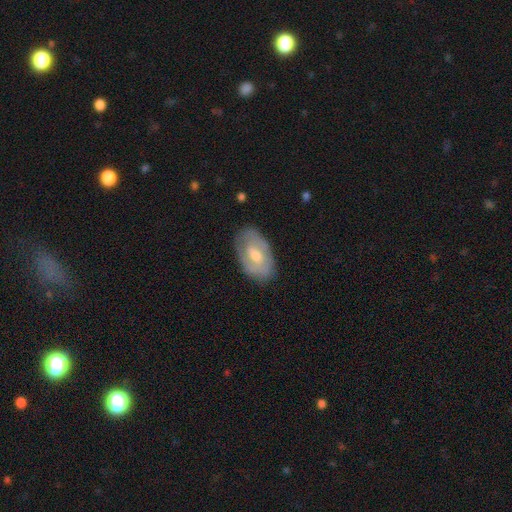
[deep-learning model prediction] The model was most divided on "bar": no: 45%, weak: 44%, strong: 11%. More confident: edge-on disk — no (92%); merging — none (77%); bulge size — moderate (67%); spiral arms — yes (58%); smooth or featured — featured or disk (57%).